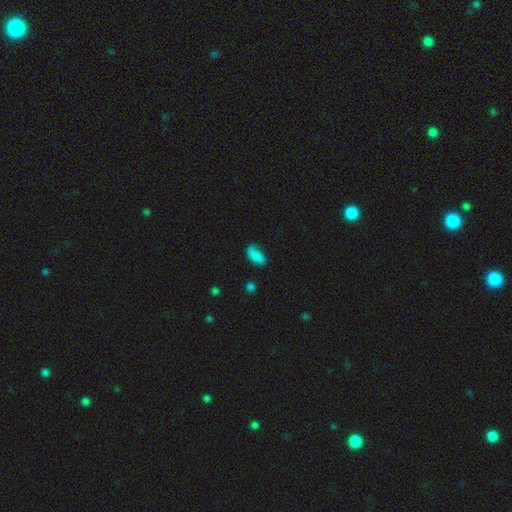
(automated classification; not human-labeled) This appears to be a smooth galaxy with no disk features (77%) that is in between round and cigar-shaped (91%). Merging: none (54%).